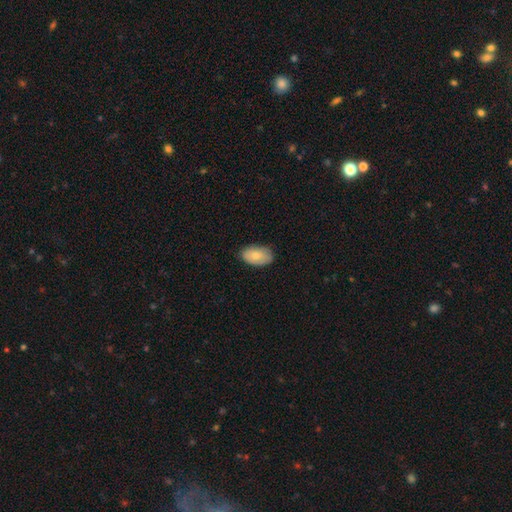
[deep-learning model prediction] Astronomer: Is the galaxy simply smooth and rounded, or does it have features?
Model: smooth — 78%.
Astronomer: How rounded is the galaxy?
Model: in between — 93%.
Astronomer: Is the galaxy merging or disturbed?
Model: none — 81%.